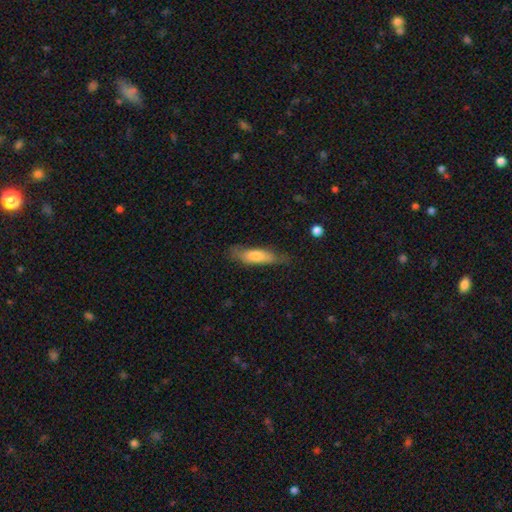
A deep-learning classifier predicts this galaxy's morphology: smooth-or-featured: smooth: 64% | featured or disk: 29% | star or artifact: 6%
  how-rounded: cigar-shaped: 68% | in between: 31% | round: 2%
  merging: none: 73% | minor disturbance: 21% | major disturbance: 5% | merger: 1%